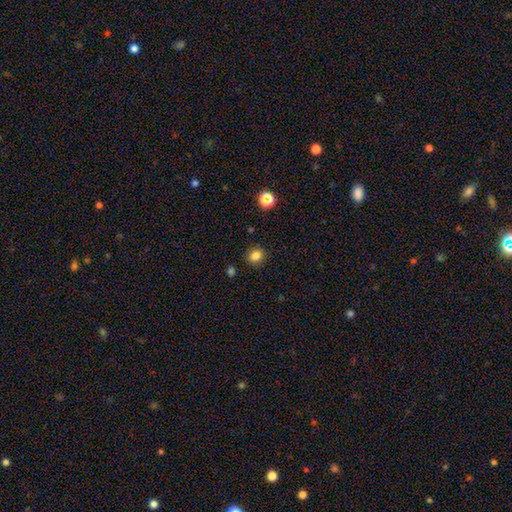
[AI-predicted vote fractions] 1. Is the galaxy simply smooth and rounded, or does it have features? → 83% smooth, 12% star or artifact, 5% featured or disk.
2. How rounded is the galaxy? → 83% round, 16% in between, 1% cigar-shaped.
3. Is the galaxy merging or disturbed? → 88% none, 8% minor disturbance, 2% major disturbance, 2% merger.